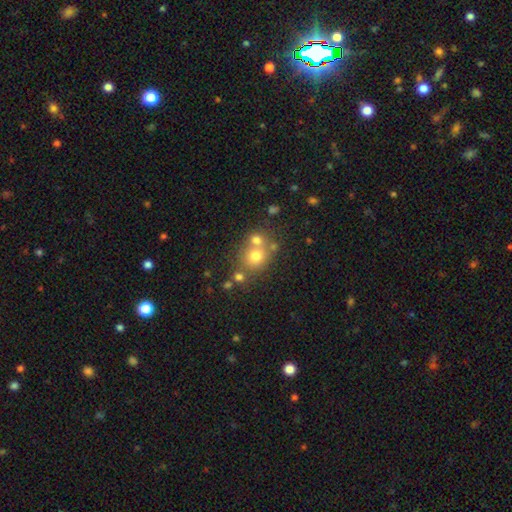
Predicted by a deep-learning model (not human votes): smooth-or-featured: smooth: 69% | star or artifact: 16% | featured or disk: 16%
  how-rounded: round: 77% | in between: 22% | cigar-shaped: 1%
  merging: none: 52% | merger: 35% | minor disturbance: 9% | major disturbance: 4%